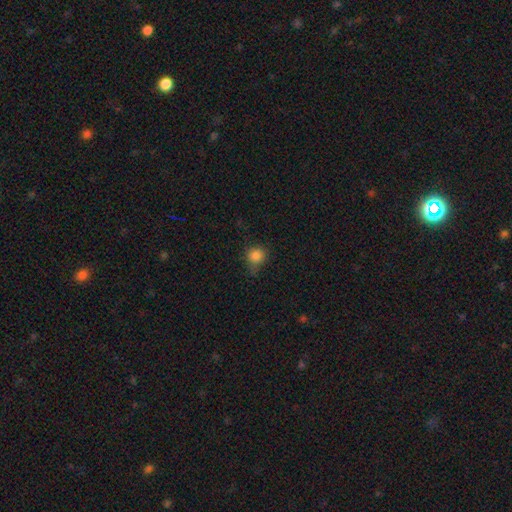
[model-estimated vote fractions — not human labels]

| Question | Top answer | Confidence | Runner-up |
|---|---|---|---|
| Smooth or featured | smooth | 83% | star or artifact (12%) |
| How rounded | round | 85% | in between (14%) |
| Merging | none | 62% | minor disturbance (28%) |